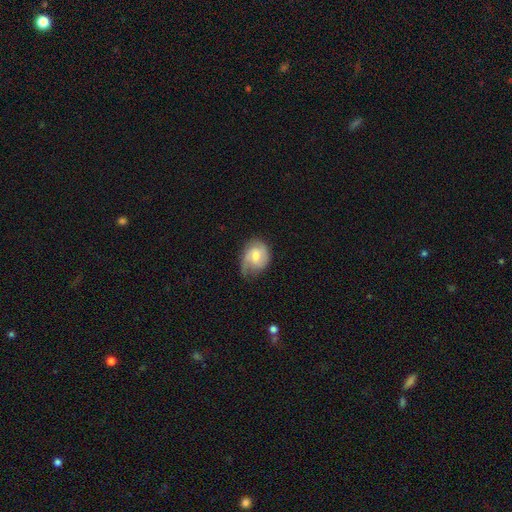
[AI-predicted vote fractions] Morphology: type=featured or disk (54%); edge-on=no (97%); bar=no (46%, tied with weak); spiral arms=yes (87%); bulge=moderate (55%); merging=none (47%).